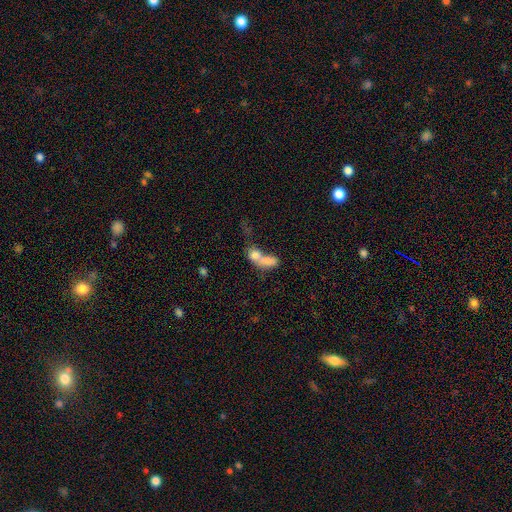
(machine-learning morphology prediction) smooth_or_featured: smooth (p=0.70) [alt: featured or disk p=0.20]
how_rounded: in between (p=0.68) [alt: round p=0.21]
merging: merger (p=0.73) [alt: none p=0.12]